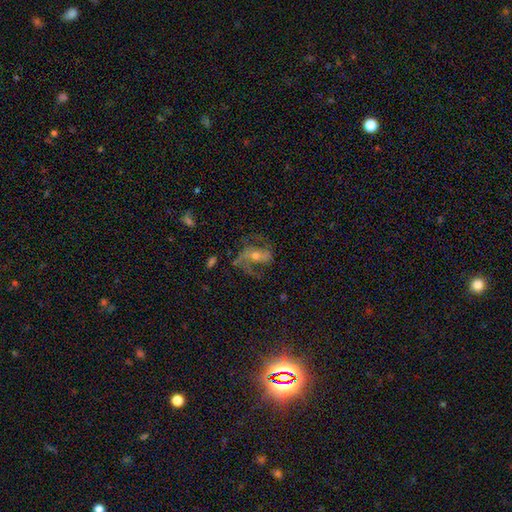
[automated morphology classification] smooth-or-featured: featured or disk: 79% | star or artifact: 12% | smooth: 9%
  disk-edge-on: no: 96% | yes: 4%
    bar: no: 44% | weak: 35% | strong: 22%
    has-spiral-arms: yes: 93% | no: 7%
      spiral-winding: medium: 50% | loose: 34% | tight: 15%
      spiral-arm-count: 2: 72% | 3: 9% | can't tell: 9% | 1: 5% | 4: 3% | more than 4: 2%
    bulge-size: moderate: 49% | small: 45% | large: 3% | none: 2% | dominant: 1%
  merging: none: 60% | major disturbance: 21% | minor disturbance: 16% | merger: 2%